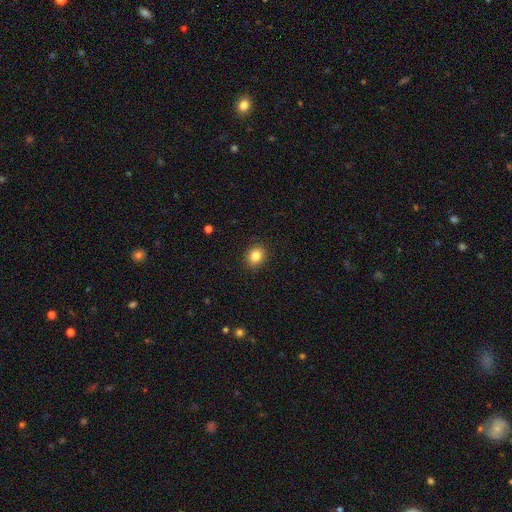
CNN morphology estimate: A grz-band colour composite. It shows a smooth galaxy with no disk features (84%) that is round (63%). Merging: none (89%).